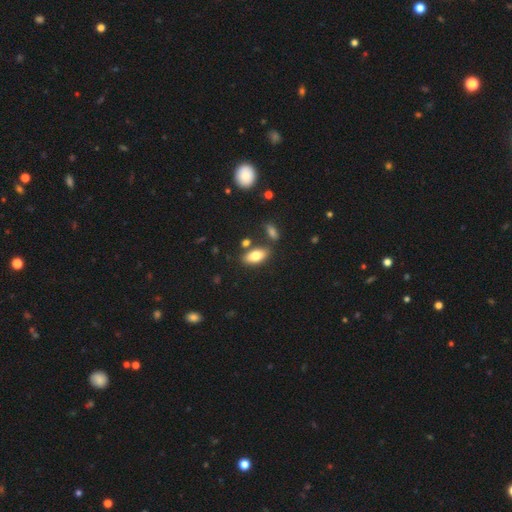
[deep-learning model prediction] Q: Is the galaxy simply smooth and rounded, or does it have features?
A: smooth — 78%.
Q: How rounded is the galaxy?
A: in between — 89%.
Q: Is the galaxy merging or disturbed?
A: none — 75%.